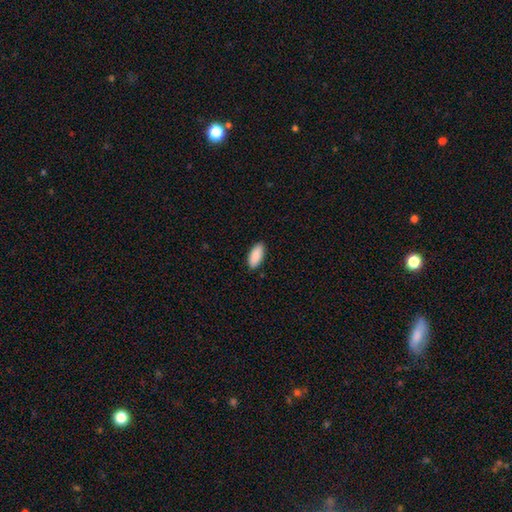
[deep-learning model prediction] This is clearly a smooth galaxy (91%). How rounded: clearly in between (88%). Merging: clearly none (90%).